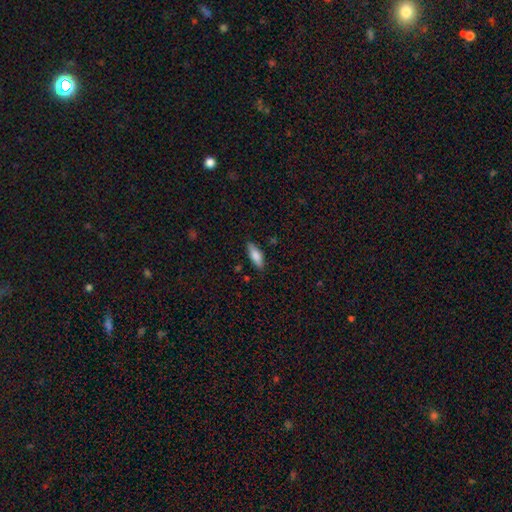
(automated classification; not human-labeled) smooth_or_featured: smooth (p=0.79) [alt: featured or disk p=0.14]
how_rounded: in between (p=0.63) [alt: cigar-shaped p=0.35]
merging: none (p=0.82) [alt: minor disturbance p=0.14]